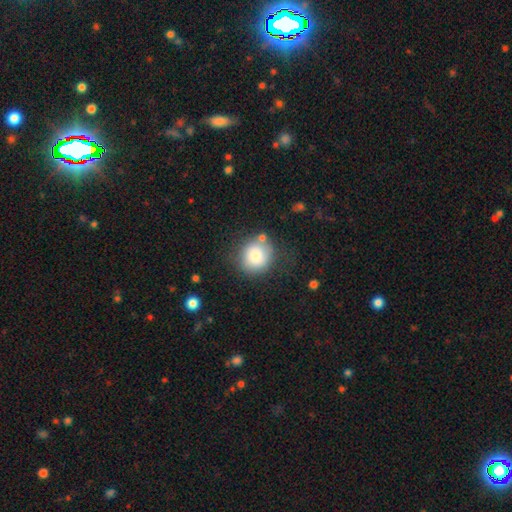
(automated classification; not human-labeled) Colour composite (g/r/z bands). It shows a smooth galaxy with no disk features (81%) that is round (83%). Merging: none (66%).